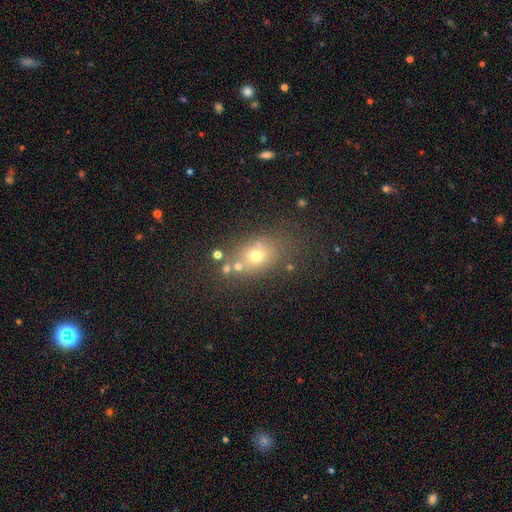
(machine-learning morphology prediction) smooth_or_featured: smooth (p=0.62) [alt: star or artifact p=0.20]
how_rounded: in between (p=0.58) [alt: round p=0.40]
merging: none (p=0.65) [alt: minor disturbance p=0.15]